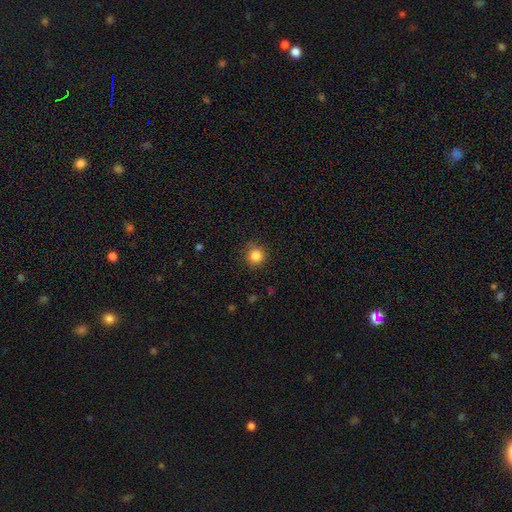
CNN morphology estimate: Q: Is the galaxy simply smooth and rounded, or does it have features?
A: smooth — 84%.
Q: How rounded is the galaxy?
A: round — 93%.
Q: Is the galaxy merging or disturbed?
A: none — 83%.